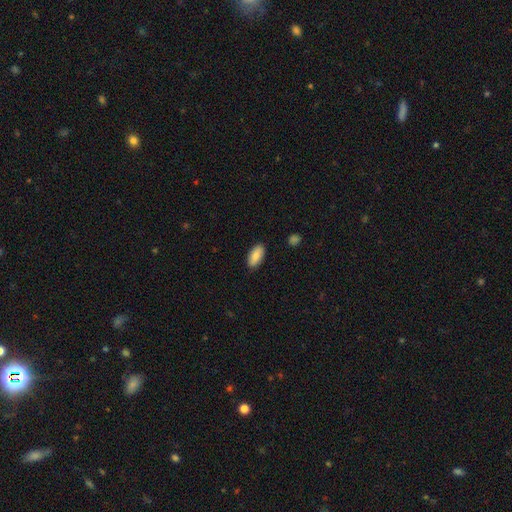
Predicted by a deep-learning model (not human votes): Smooth or featured: smooth — 85% (featured or disk — 8%)
How rounded: in between — 90% (cigar-shaped — 8%)
Merging: none — 89% (minor disturbance — 8%)